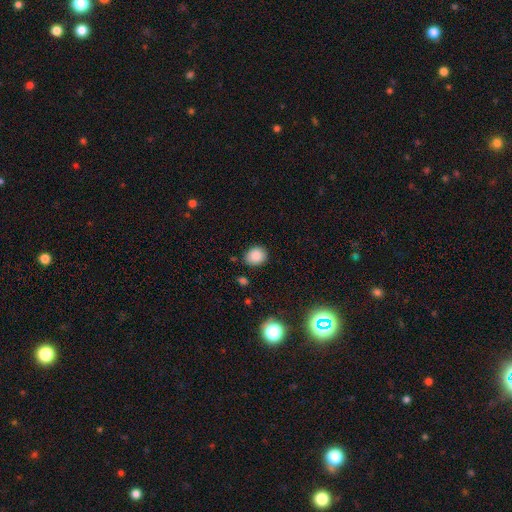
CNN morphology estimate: type=smooth (86%); roundness=round (67%); merging=none (83%).